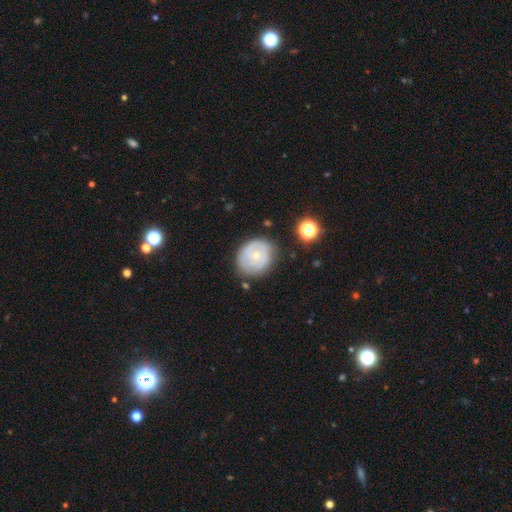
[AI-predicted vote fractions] Smooth or featured? Predicted: featured or disk (p=0.57). Edge-on disk? Predicted: no (p=0.97). Bar? Predicted: no (p=0.82). Spiral arms? Predicted: yes (p=0.69). Bulge size? Predicted: small (p=0.63). Merging? Predicted: none (p=0.71).